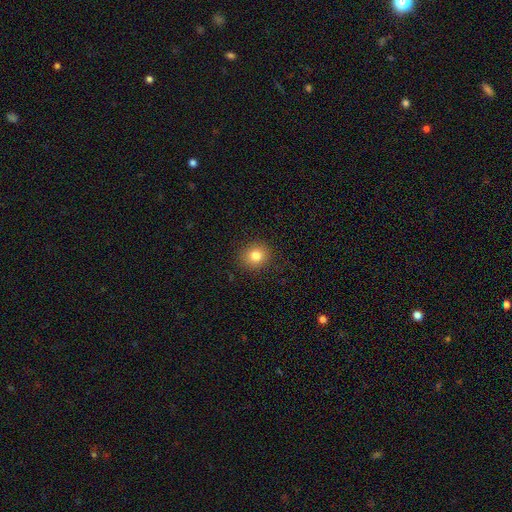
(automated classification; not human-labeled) The model was most divided on "how rounded": round: 84%, in between: 15%, cigar-shaped: 1%. More confident: merging — none (90%); smooth or featured — smooth (82%).